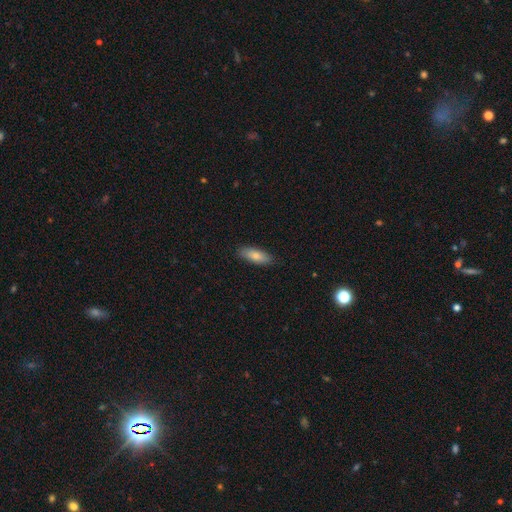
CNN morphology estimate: A smooth galaxy with no disk features (78%) that is in between round and cigar-shaped (69%).

Vote fractions:
- Smooth or featured? smooth: 78% / featured or disk: 16% / star or artifact: 6%
- How rounded? in between: 69% / cigar-shaped: 29% / round: 2%
- Merging? none: 88% / minor disturbance: 9% / major disturbance: 2% / merger: 1%